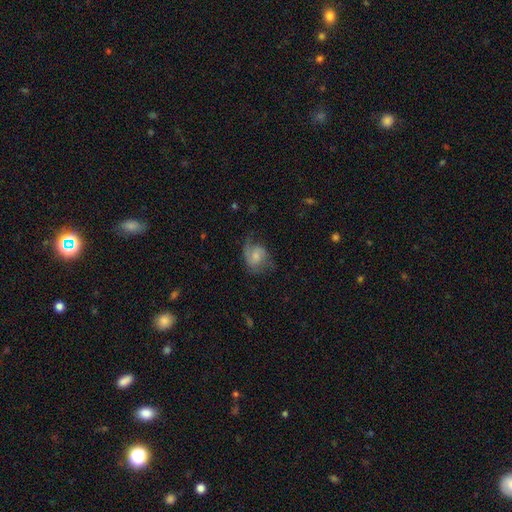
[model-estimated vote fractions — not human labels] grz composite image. It shows a featured or disk galaxy (54%) with no bar (62%), spiral arms (86%) and a small central bulge (43%). Merging: none (48%).